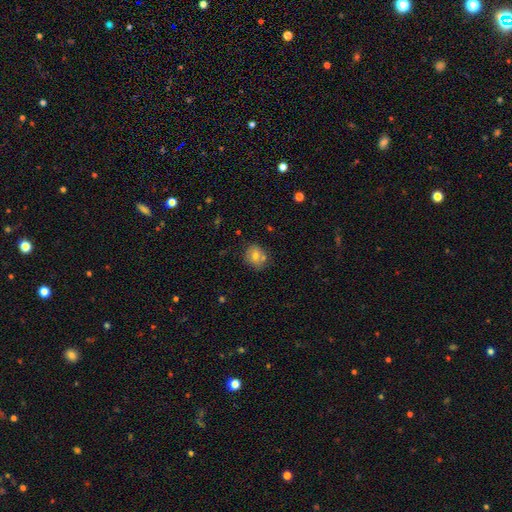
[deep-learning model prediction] This appears to be a smooth galaxy with no disk features (70%) that is round (72%). Merging: none (68%).